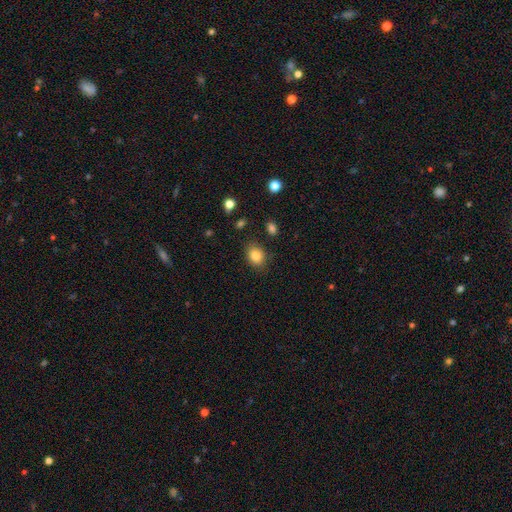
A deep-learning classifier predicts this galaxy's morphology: smooth_or_featured: smooth (p=0.83) [alt: star or artifact p=0.10]
how_rounded: in between (p=0.55) [alt: round p=0.44]
merging: none (p=0.84) [alt: minor disturbance p=0.11]